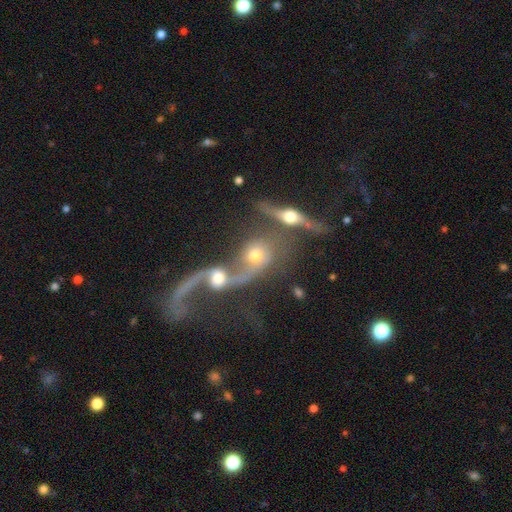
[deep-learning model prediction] Q: Smooth or featured?
A: featured or disk (67%); runner-up: smooth (23%)
Q: Edge-on disk?
A: no (85%); runner-up: yes (15%)
Q: Bar?
A: no (67%); runner-up: weak (25%)
Q: Spiral arms?
A: yes (75%); runner-up: no (25%)
Q: Bulge size?
A: moderate (53%); runner-up: small (29%)
Q: Merging?
A: merger (63%); runner-up: none (20%)